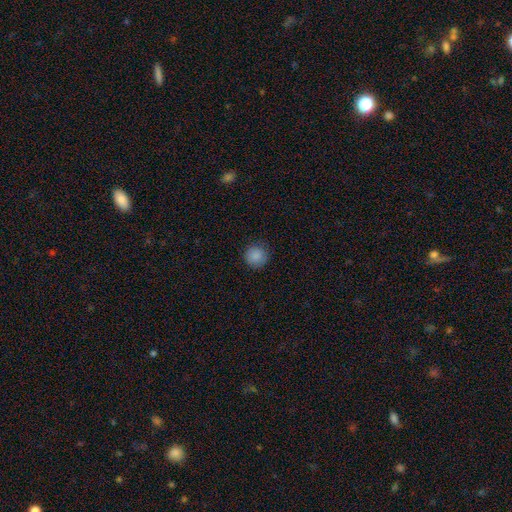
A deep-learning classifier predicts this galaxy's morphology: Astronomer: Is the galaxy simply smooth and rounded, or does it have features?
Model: smooth — 87%.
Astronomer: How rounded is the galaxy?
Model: round — 94%.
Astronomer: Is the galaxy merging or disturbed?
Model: none — 87%.